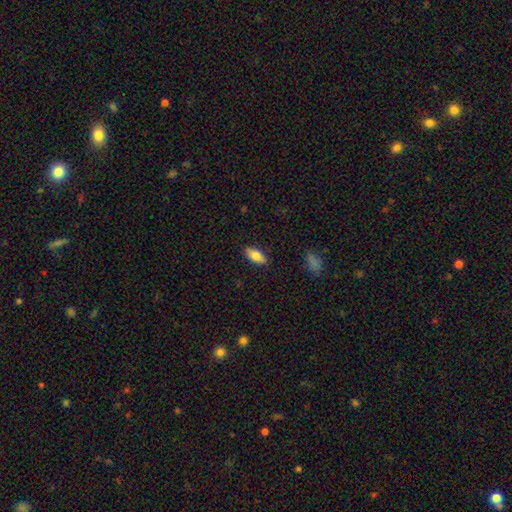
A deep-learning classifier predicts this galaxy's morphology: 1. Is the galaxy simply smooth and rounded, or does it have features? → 79% smooth, 15% featured or disk, 7% star or artifact.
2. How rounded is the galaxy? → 85% in between, 13% cigar-shaped, 2% round.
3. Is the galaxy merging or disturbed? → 88% none, 9% minor disturbance, 2% major disturbance, 1% merger.